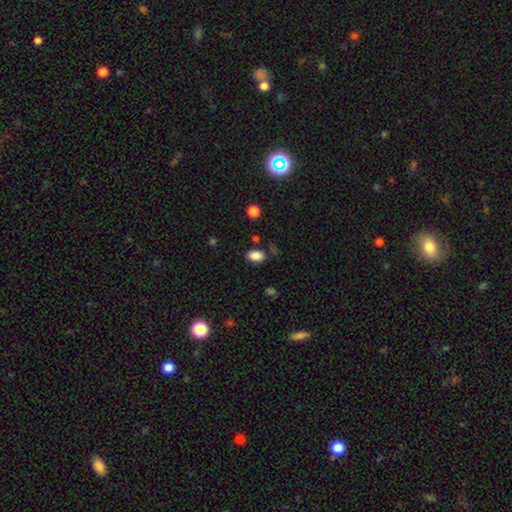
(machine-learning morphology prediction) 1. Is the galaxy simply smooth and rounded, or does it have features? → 86% smooth, 10% star or artifact, 4% featured or disk.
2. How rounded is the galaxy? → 81% in between, 17% round, 1% cigar-shaped.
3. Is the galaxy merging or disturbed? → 77% none, 15% minor disturbance, 4% major disturbance, 4% merger.